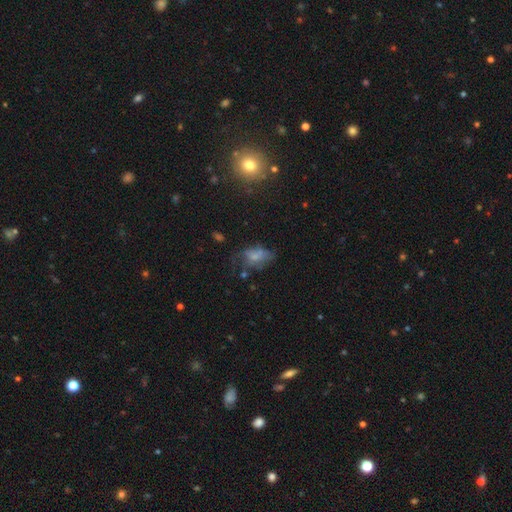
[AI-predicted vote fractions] smooth-or-featured: smooth: 51% | featured or disk: 33% | star or artifact: 16%
  how-rounded: in between: 85% | round: 11% | cigar-shaped: 4%
  merging: major disturbance: 36% | none: 30% | minor disturbance: 25% | merger: 9%